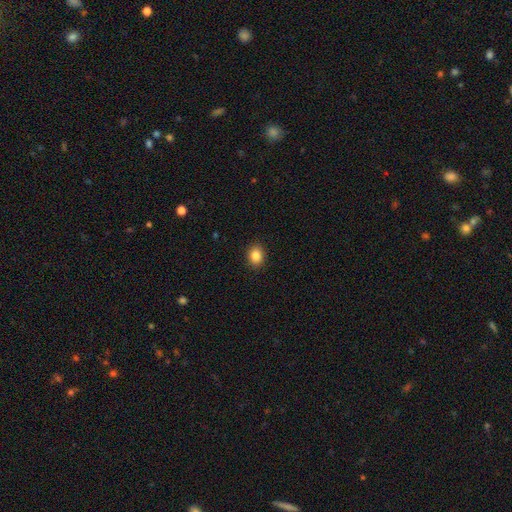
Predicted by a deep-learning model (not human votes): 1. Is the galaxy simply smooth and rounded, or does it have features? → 86% smooth, 9% star or artifact, 5% featured or disk.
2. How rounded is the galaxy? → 51% in between, 48% round, 1% cigar-shaped.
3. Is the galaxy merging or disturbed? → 90% none, 7% minor disturbance, 2% major disturbance, 1% merger.